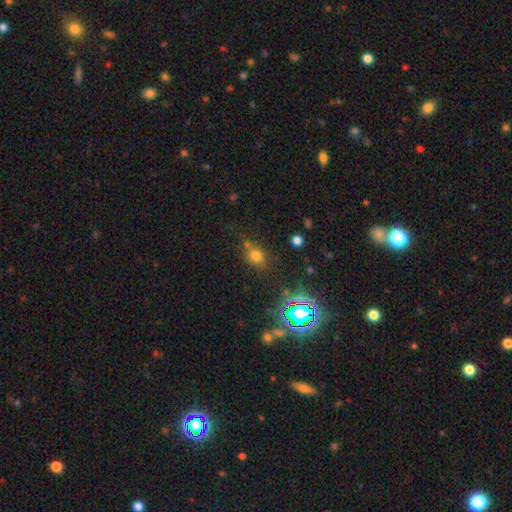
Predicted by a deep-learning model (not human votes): Smooth or featured? Predicted: smooth (p=0.68). How rounded? Predicted: round (p=0.69). Merging? Predicted: none (p=0.66).